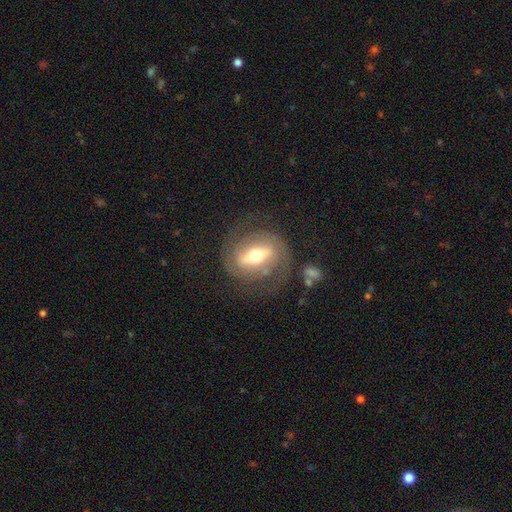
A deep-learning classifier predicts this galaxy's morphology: This is likely a featured or disk galaxy (80%). It is clearly not viewed edge-on (93%). Bar: likely strong (63%). Spiral arm pattern: likely yes (80%). Spiral arm count: clearly 2 (84%). Spiral winding: marginally medium (44%). Central bulge: likely moderate (68%). Merging: likely none (72%).